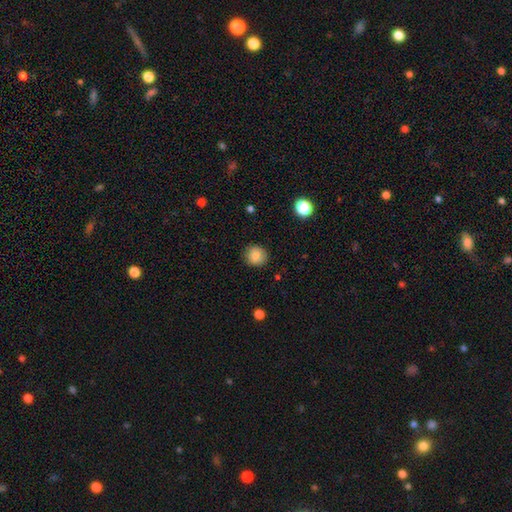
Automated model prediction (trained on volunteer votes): This appears to be a smooth galaxy with no disk features (86%) that is round (88%). Merging: none (89%).